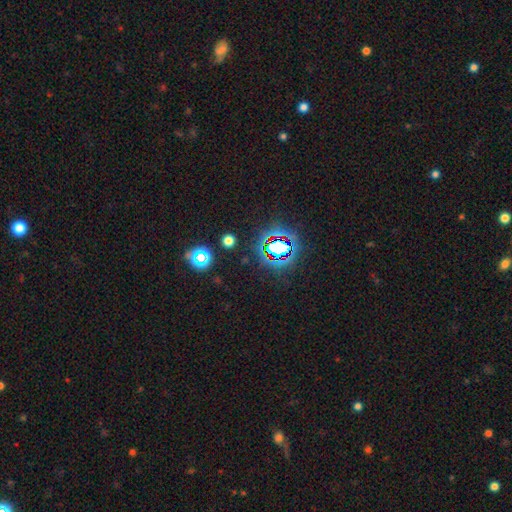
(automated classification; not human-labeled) smooth_or_featured: star or artifact (p=0.79) [alt: smooth p=0.13]